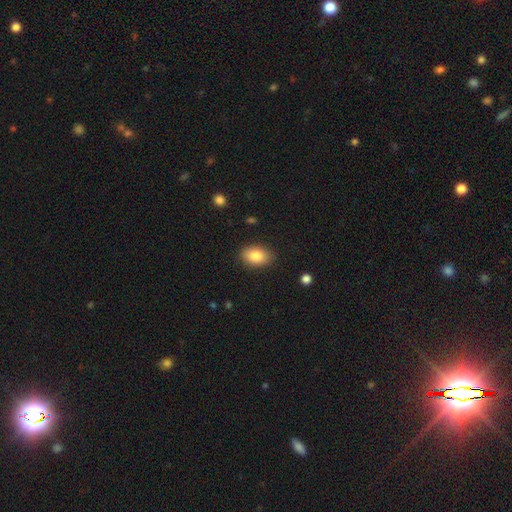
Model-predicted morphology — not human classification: A smooth galaxy with no disk features (85%) that is in between round and cigar-shaped (87%). Merging: none (87%).